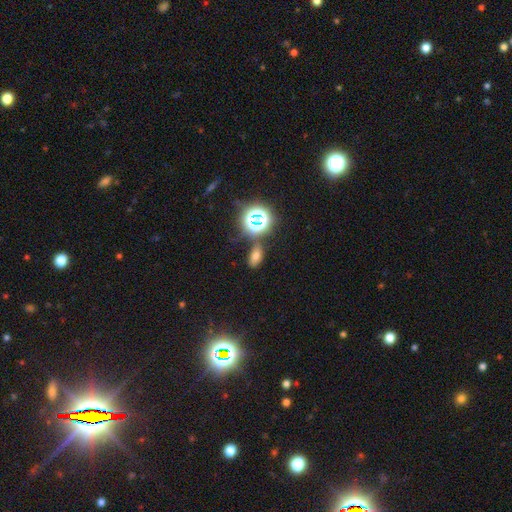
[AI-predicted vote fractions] The model was most divided on "smooth or featured": smooth: 58%, star or artifact: 32%, featured or disk: 11%. More confident: how rounded — in between (85%); merging — none (77%).